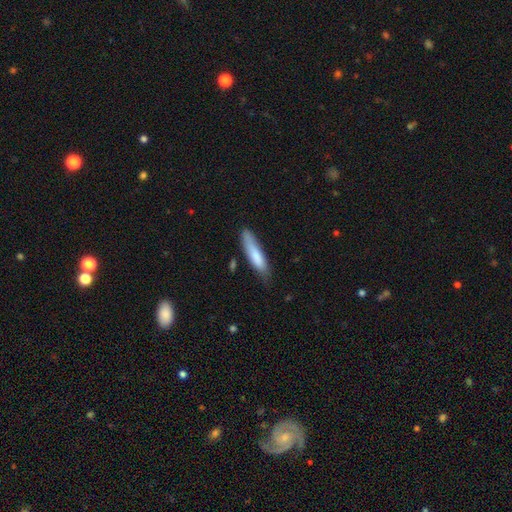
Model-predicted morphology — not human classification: The model was most divided on "merging": none: 67%, minor disturbance: 26%, major disturbance: 5%, merger: 3%. More confident: smooth or featured — smooth (80%); how rounded — cigar-shaped (75%).